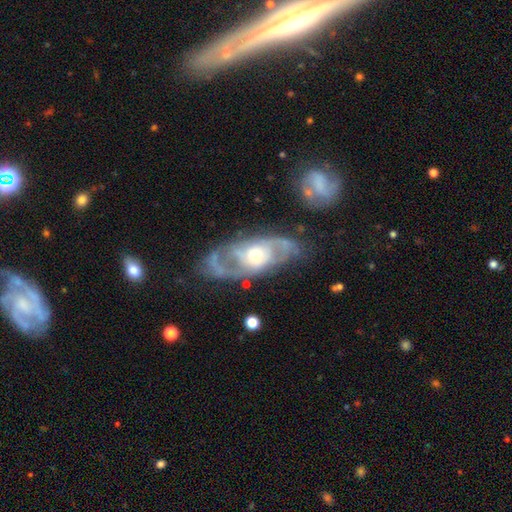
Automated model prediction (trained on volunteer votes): smooth_or_featured: featured or disk (p=0.81) [alt: smooth p=0.14]
disk_edge_on: no (p=0.91) [alt: yes p=0.09]
bar: no (p=0.64) [alt: weak p=0.27]
has_spiral_arms: yes (p=0.83) [alt: no p=0.17]
spiral_winding: medium (p=0.44) [alt: tight p=0.32]
spiral_arm_count: 2 (p=0.66) [alt: can't tell p=0.20]
bulge_size: moderate (p=0.56) [alt: small p=0.32]
merging: none (p=0.66) [alt: minor disturbance p=0.18]